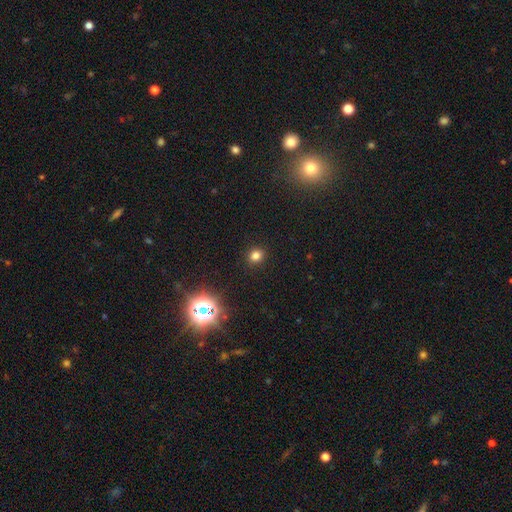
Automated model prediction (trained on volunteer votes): A smooth galaxy with no disk features (77%) that is round (78%). Merging: none (91%).